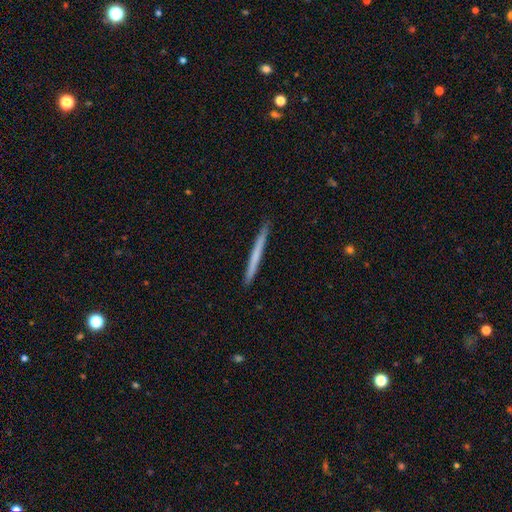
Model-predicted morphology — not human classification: The model was most divided on "smooth or featured": smooth: 57%, featured or disk: 38%, star or artifact: 5%. More confident: how rounded — cigar-shaped (97%); merging — none (92%).